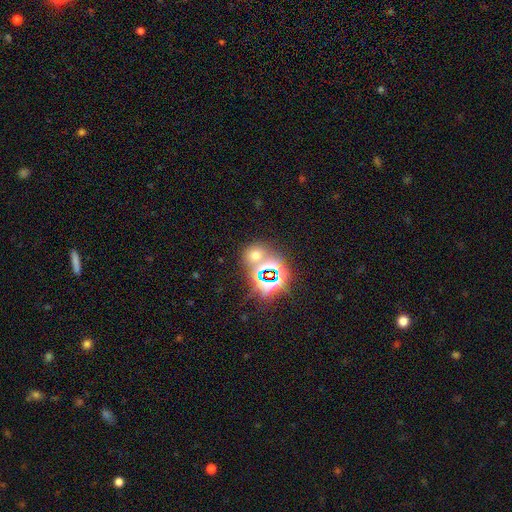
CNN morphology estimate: Overall: star or artifact (47%; smooth 44%).